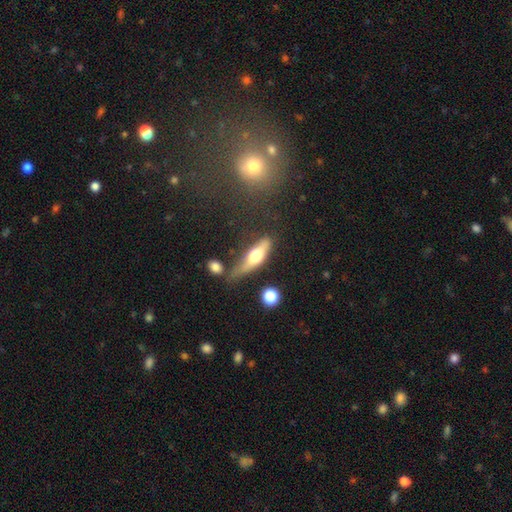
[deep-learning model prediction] Morphology: type=smooth (50%); merging=none (52%).